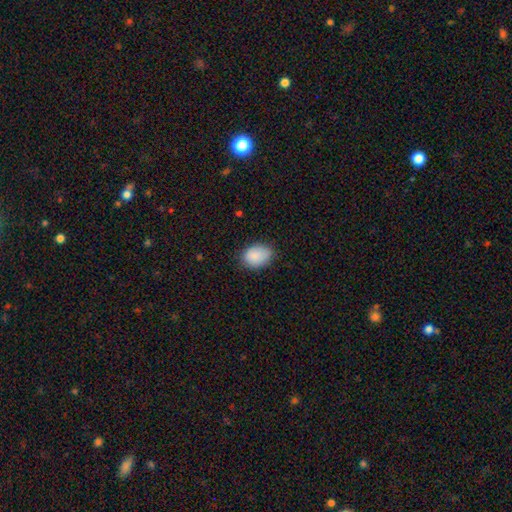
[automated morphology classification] Smooth or featured? smooth (88%)
How rounded? in between (79%)
Merging? none (73%)